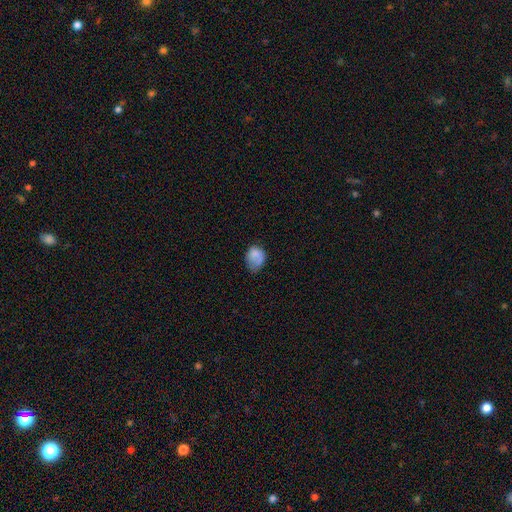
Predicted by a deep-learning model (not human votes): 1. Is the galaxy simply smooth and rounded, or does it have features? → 77% smooth, 14% featured or disk, 9% star or artifact.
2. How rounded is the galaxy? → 57% in between, 42% round, 1% cigar-shaped.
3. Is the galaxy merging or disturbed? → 40% none, 37% minor disturbance, 20% major disturbance, 4% merger.